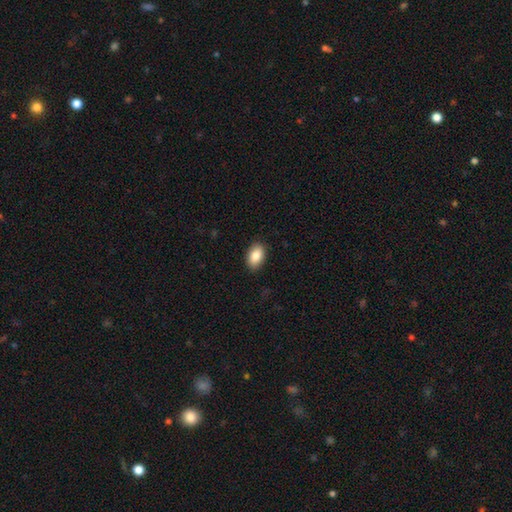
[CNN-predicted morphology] smooth_or_featured: smooth (p=0.87) [alt: star or artifact p=0.07]
how_rounded: in between (p=0.91) [alt: round p=0.07]
merging: none (p=0.89) [alt: minor disturbance p=0.08]